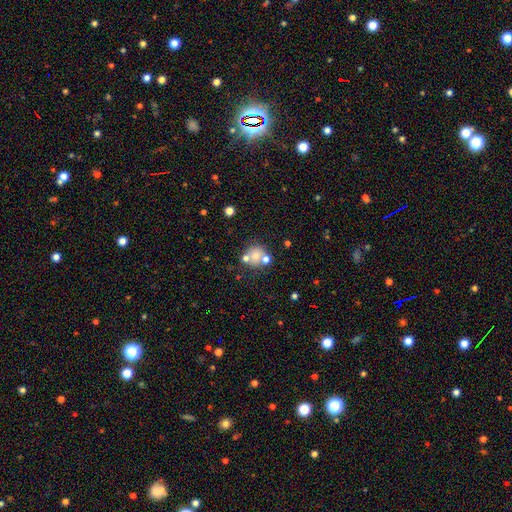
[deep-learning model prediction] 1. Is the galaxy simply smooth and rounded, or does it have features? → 62% smooth, 23% featured or disk, 15% star or artifact.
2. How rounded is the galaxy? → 79% round, 19% in between, 1% cigar-shaped.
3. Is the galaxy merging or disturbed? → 52% none, 31% merger, 11% minor disturbance, 6% major disturbance.